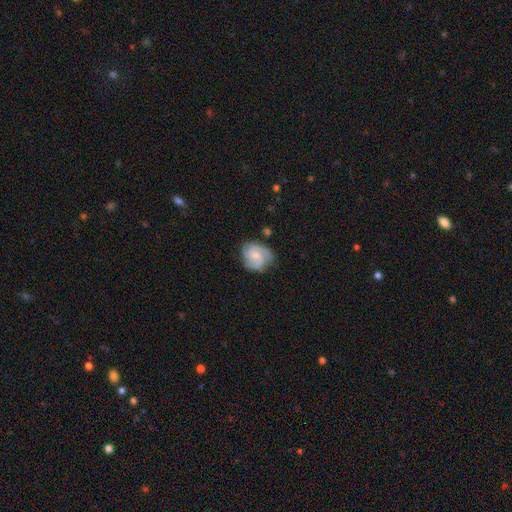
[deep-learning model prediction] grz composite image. It shows a featured or disk galaxy (78%) with no bar (59%), 3 (48%) tight (47%) spiral arms (97%) and a small central bulge (56%). Merging: none (74%).